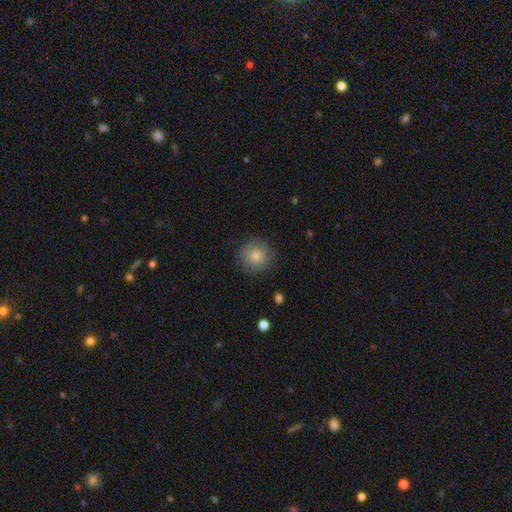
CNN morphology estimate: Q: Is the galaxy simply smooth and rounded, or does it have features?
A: smooth — 70%.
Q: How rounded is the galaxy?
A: round — 94%.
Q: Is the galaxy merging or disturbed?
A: none — 85%.